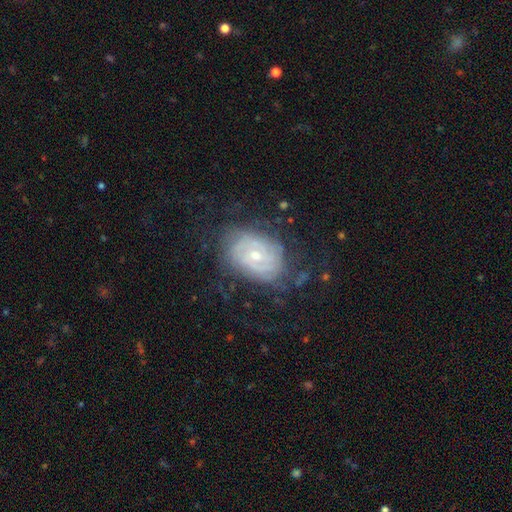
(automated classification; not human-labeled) This is likely a featured or disk galaxy (78%). It is clearly not viewed edge-on (96%). Bar: possibly no (59%). Spiral arm pattern: clearly yes (89%). Spiral arm count: possibly can't tell (47%). Spiral winding: likely tight (71%). Central bulge: possibly small (60%). Merging: likely none (68%).